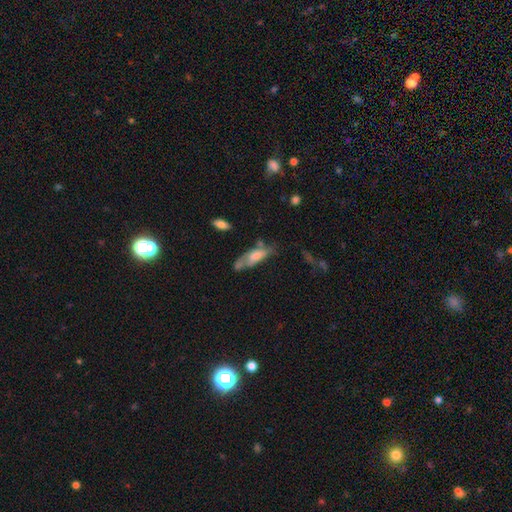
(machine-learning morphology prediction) Q: Smooth or featured?
A: smooth (60%); runner-up: featured or disk (32%)
Q: How rounded?
A: in between (60%); runner-up: cigar-shaped (38%)
Q: Merging?
A: none (35%); runner-up: minor disturbance (30%)